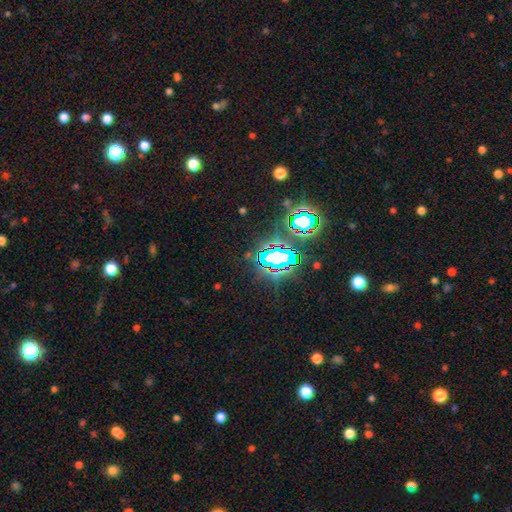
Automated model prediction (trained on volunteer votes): Smooth or featured? Predicted: star or artifact (p=0.79).